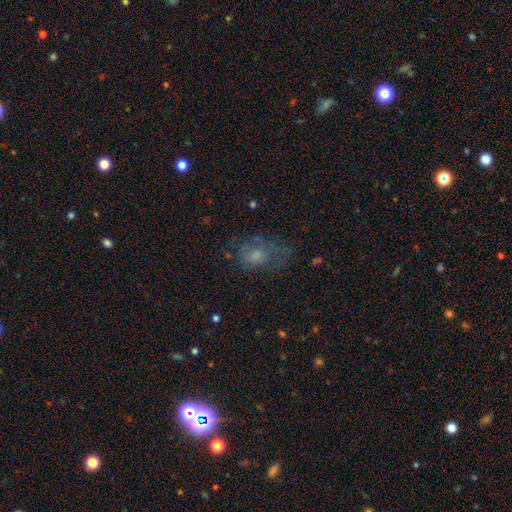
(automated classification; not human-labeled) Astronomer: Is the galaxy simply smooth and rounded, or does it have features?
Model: smooth — 57%.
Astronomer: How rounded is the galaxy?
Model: in between — 70%.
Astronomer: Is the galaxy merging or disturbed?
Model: none — 39% (runner-up: major disturbance, 34%).